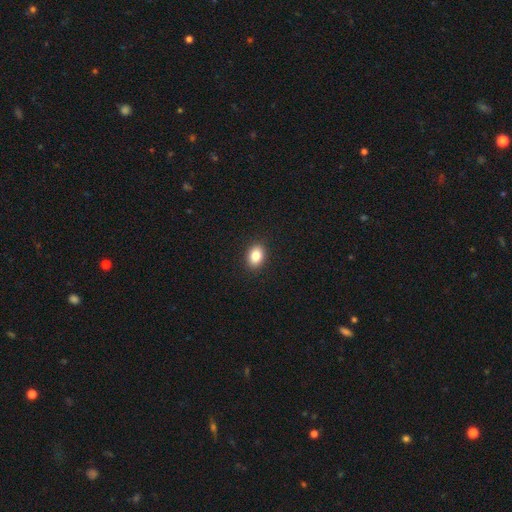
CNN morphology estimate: Overall: smooth (84%). How rounded: in between (72%). Merging: none (91%).